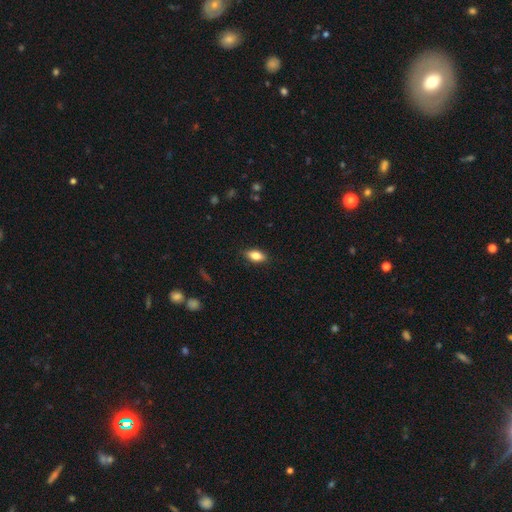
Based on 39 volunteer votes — This is clearly a smooth galaxy (82%). How rounded: clearly in between (97%). Merging: clearly none (80%).